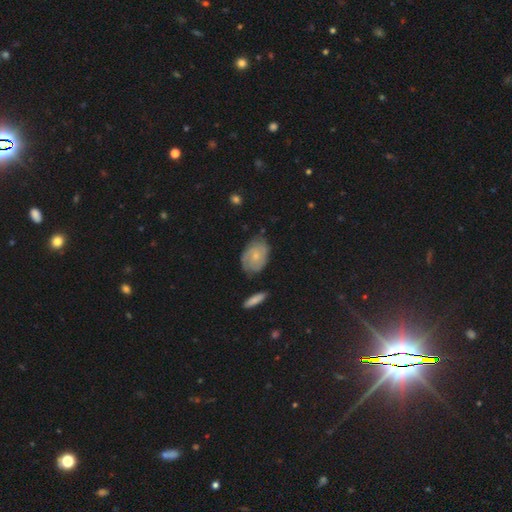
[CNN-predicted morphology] Smooth or featured: featured or disk — 54% (smooth — 40%)
Edge-on disk: no — 95% (yes — 5%)
Bar: no — 78% (weak — 19%)
Spiral arms: yes — 81% (no — 19%)
Bulge size: small — 70% (moderate — 24%)
Merging: none — 68% (minor disturbance — 23%)